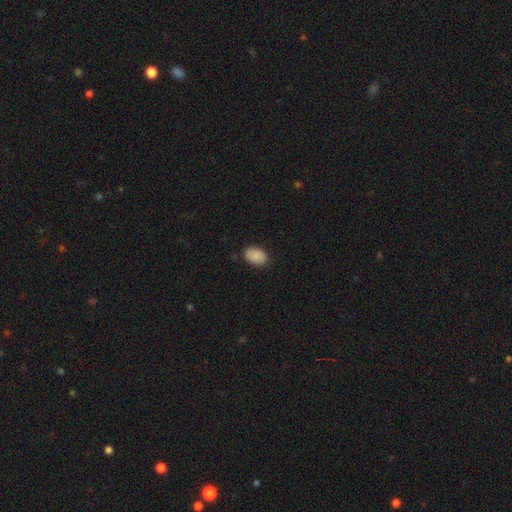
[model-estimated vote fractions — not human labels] Smooth or featured?
  - smooth: 87% *
  - star or artifact: 7%
  - featured or disk: 7%
How rounded?
  - in between: 87% *
  - round: 12%
  - cigar-shaped: 1%
Merging?
  - none: 85% *
  - minor disturbance: 12%
  - major disturbance: 2%
  - merger: 1%